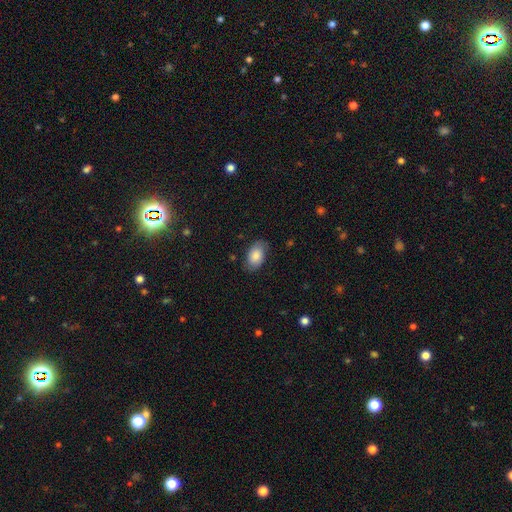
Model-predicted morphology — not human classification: Smooth or featured? Predicted: smooth (p=0.80). How rounded? Predicted: in between (p=0.92). Merging? Predicted: none (p=0.76).